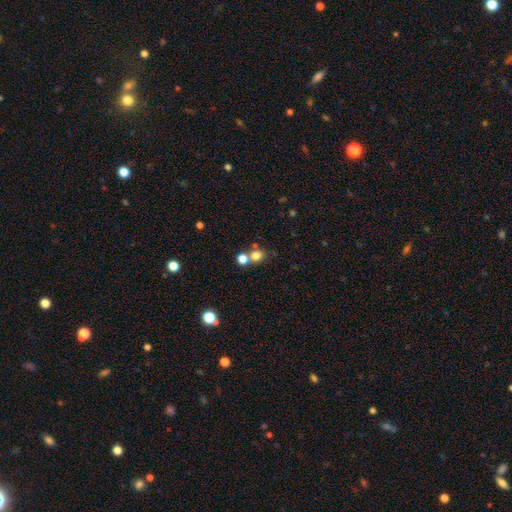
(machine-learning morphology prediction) This appears to be a smooth galaxy with no disk features (75%) that is round (71%). Merging: none (53%).